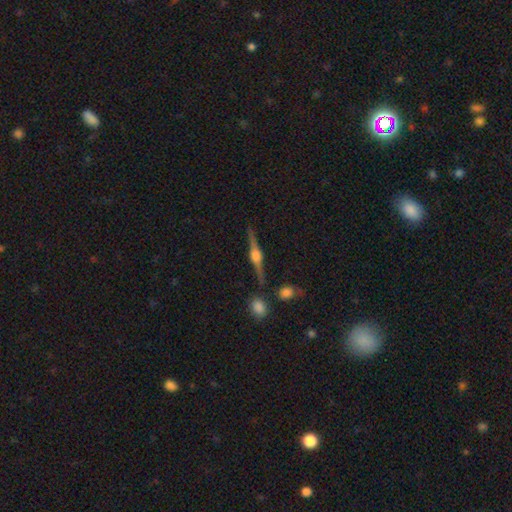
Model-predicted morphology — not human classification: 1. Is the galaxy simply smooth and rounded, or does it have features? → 84% featured or disk, 9% smooth, 7% star or artifact.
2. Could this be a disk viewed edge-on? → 98% yes, 2% no.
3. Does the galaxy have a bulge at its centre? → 88% rounded, 10% boxy, 2% none.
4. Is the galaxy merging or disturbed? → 86% none, 8% minor disturbance, 3% merger, 2% major disturbance.